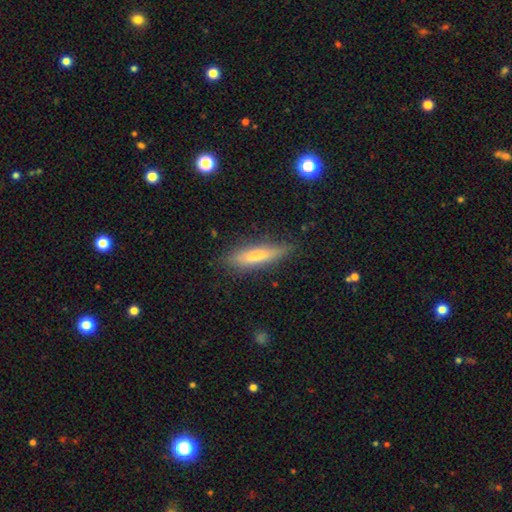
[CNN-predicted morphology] The model was most divided on "smooth or featured": smooth: 68%, featured or disk: 25%, star or artifact: 7%. More confident: merging — none (79%); how rounded — cigar-shaped (76%).